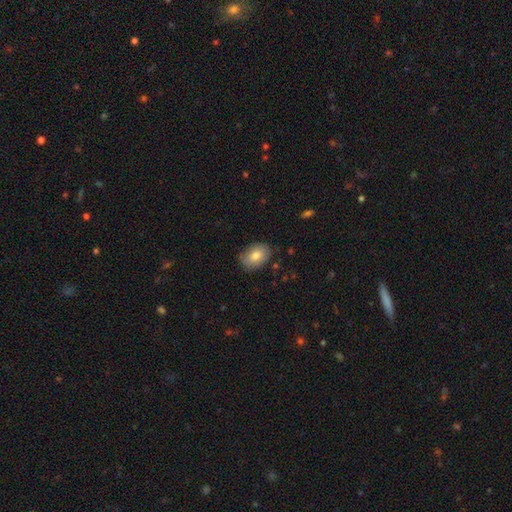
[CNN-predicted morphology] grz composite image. It shows a smooth galaxy with no disk features (79%) that is in between round and cigar-shaped (83%). Merging: none (82%).